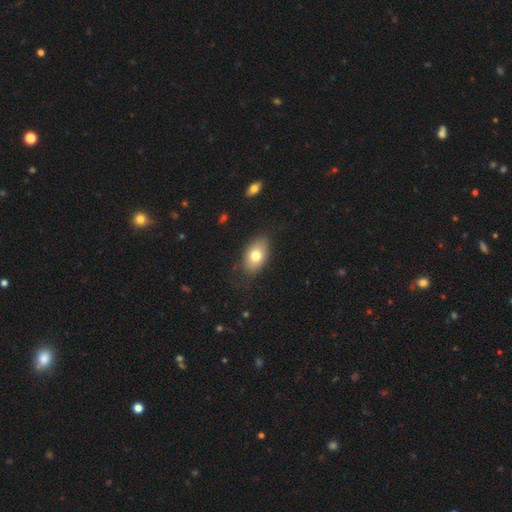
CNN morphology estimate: type=smooth (77%); roundness=in between (88%); merging=none (79%).